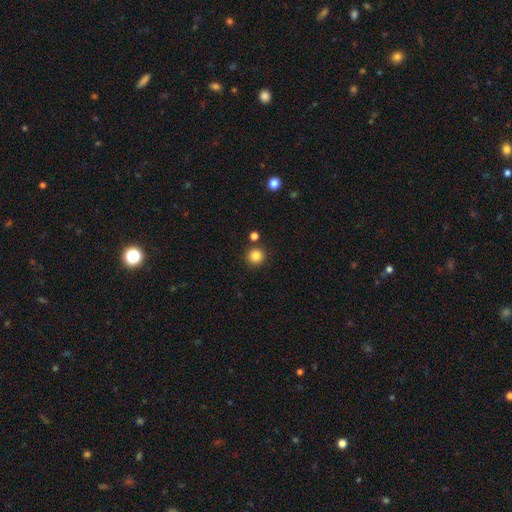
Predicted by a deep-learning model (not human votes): Smooth or featured?
  - smooth: 84% *
  - star or artifact: 11%
  - featured or disk: 4%
How rounded?
  - round: 95% *
  - in between: 4%
  - cigar-shaped: 1%
Merging?
  - none: 88% *
  - minor disturbance: 6%
  - merger: 5%
  - major disturbance: 2%